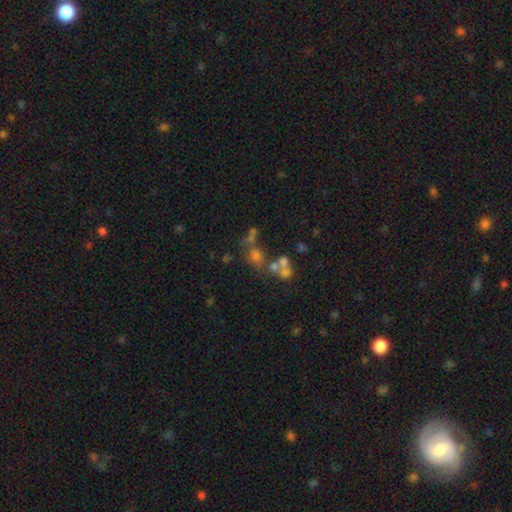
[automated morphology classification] Smooth or featured? smooth (50%)
How rounded? round (71%)
Merging? merger (41%, tied with none)